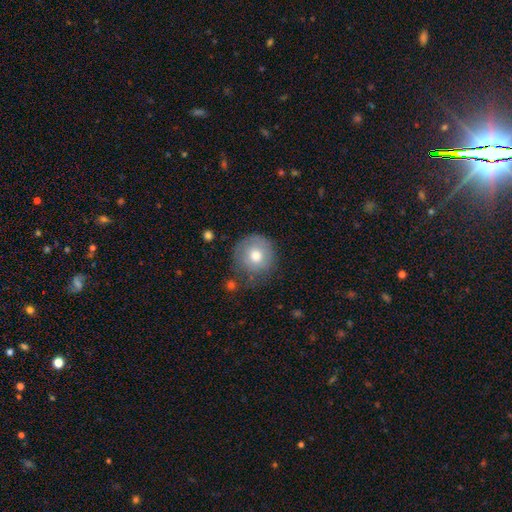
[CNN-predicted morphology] Q: Smooth or featured?
A: smooth (72%); runner-up: featured or disk (20%)
Q: How rounded?
A: round (93%); runner-up: in between (6%)
Q: Merging?
A: none (69%); runner-up: minor disturbance (19%)